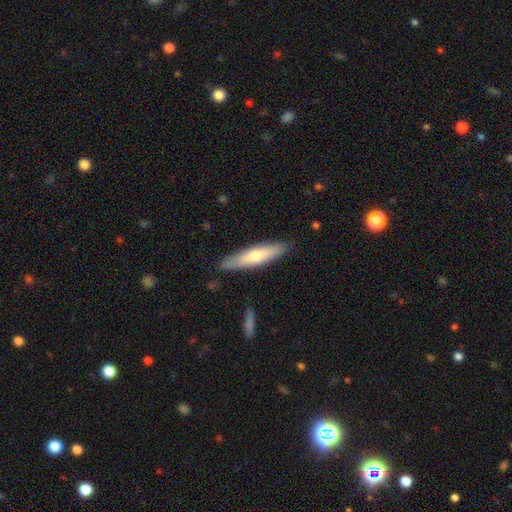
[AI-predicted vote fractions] Smooth or featured?
  - smooth: 61% *
  - featured or disk: 34%
  - star or artifact: 6%
How rounded?
  - cigar-shaped: 81% *
  - in between: 18%
  - round: 1%
Merging?
  - none: 87% *
  - minor disturbance: 10%
  - major disturbance: 2%
  - merger: 1%